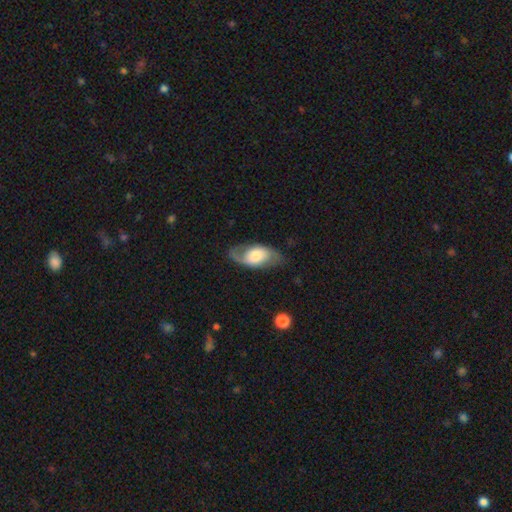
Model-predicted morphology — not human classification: Overall: featured or disk (62%; smooth 32%). Edge-on disk: no (91%). Bar: no (63%; weak 29%). Spiral arms: yes (81%). Bulge size: moderate (48%; large 30%). Merging: none (70%).